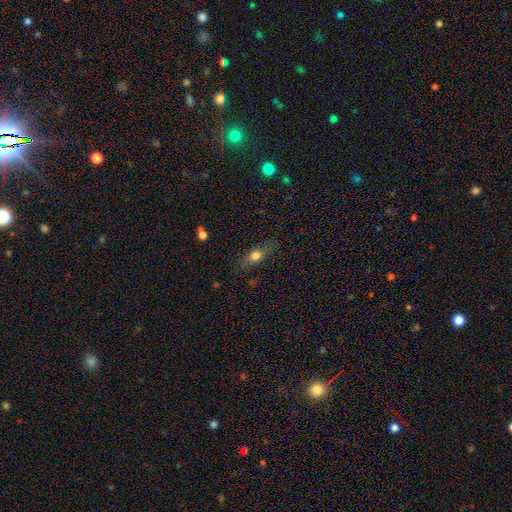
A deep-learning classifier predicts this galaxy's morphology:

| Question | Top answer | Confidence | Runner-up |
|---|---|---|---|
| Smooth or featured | smooth | 62% | featured or disk (28%) |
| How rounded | in between | 54% | cigar-shaped (34%) |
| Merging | none | 78% | minor disturbance (15%) |